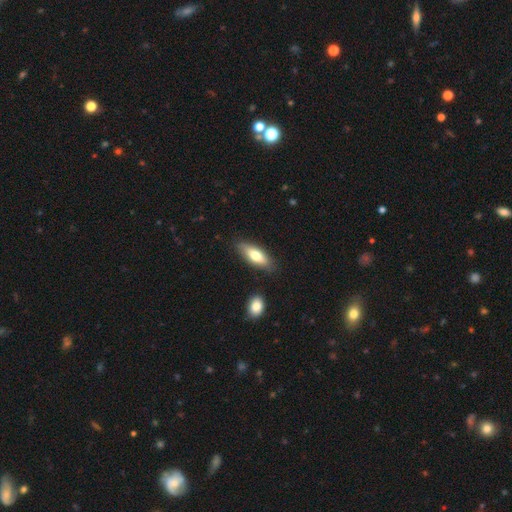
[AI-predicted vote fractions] This appears to be a smooth galaxy with no disk features (70%) that is in between round and cigar-shaped (62%). Merging: none (83%).